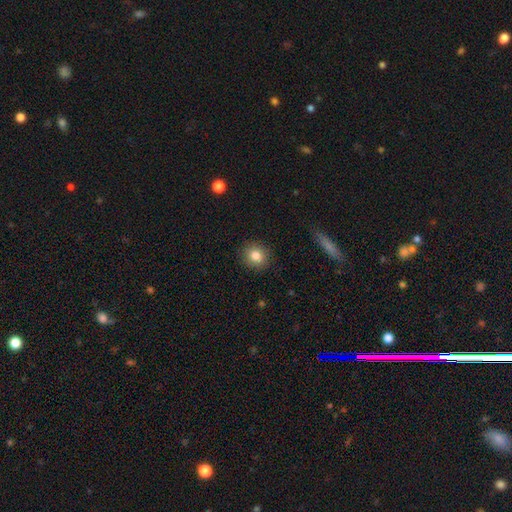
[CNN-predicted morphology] smooth_or_featured: smooth (p=0.83) [alt: star or artifact p=0.10]
how_rounded: round (p=0.85) [alt: in between p=0.13]
merging: none (p=0.90) [alt: minor disturbance p=0.07]